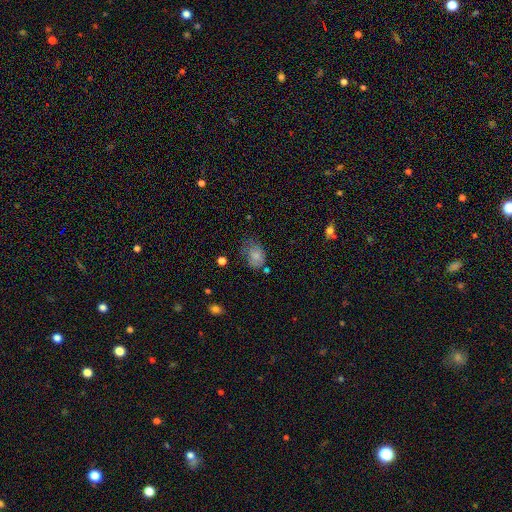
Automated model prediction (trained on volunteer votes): Smooth or featured? smooth (77%)
How rounded? in between (75%)
Merging? none (44%)